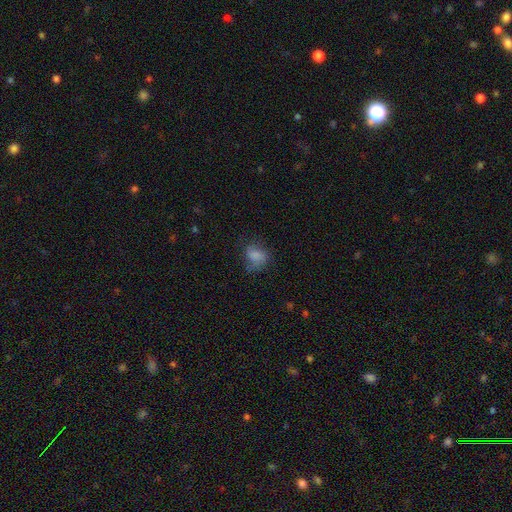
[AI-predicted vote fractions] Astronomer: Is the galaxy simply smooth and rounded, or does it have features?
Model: smooth — 71%.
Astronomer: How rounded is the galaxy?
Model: in between — 59% (runner-up: round, 39%).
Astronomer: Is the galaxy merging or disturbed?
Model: none — 46% (runner-up: minor disturbance, 29%).